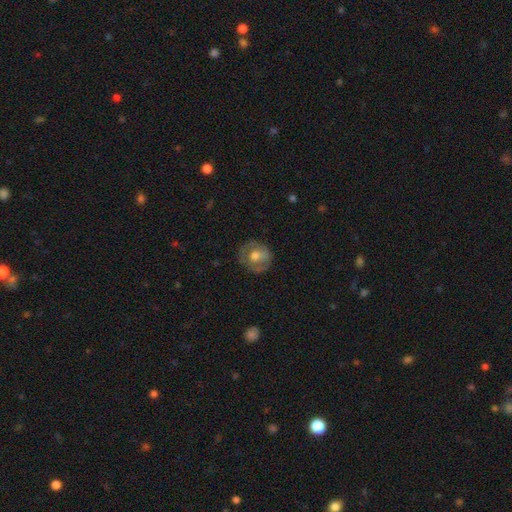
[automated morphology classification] smooth 53%, featured or disk 40%, star or artifact 7%. Down the decision tree: how rounded — round (83%); merging — none (74%).